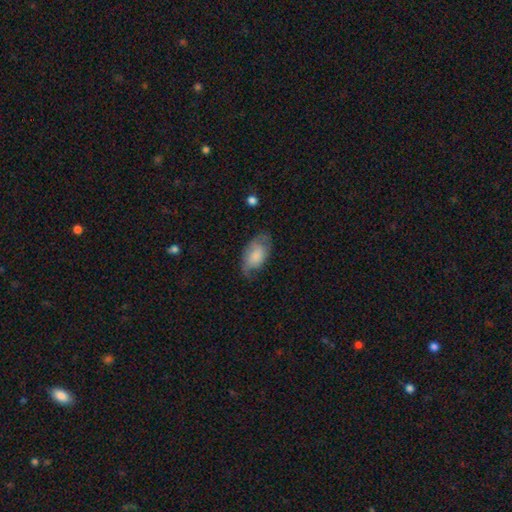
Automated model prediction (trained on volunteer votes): The model was most divided on "merging": none: 51%, minor disturbance: 32%, major disturbance: 16%, merger: 2%. More confident: how rounded — in between (93%); smooth or featured — smooth (60%).